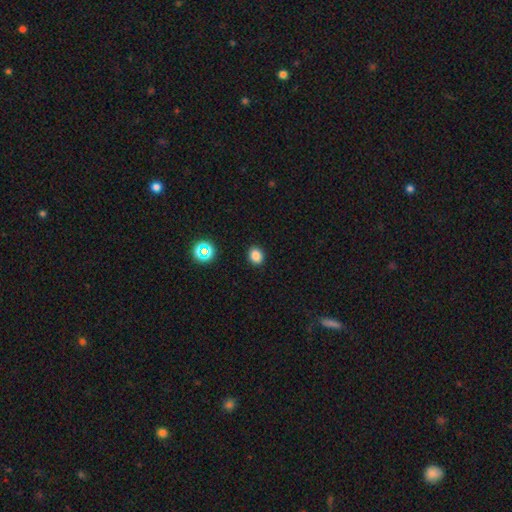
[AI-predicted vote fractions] A smooth galaxy with no disk features (82%) that is round (59%). Merging: none (90%).